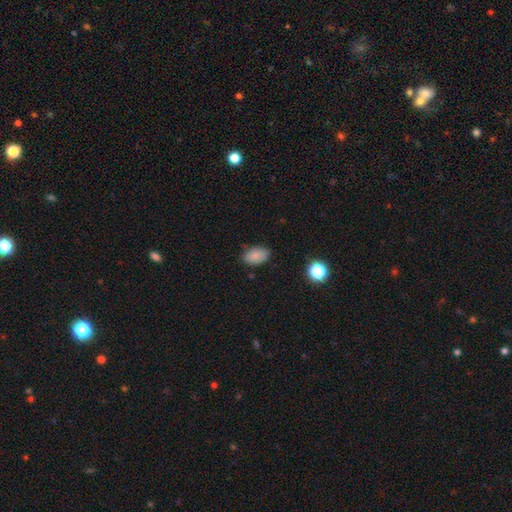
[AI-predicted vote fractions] Smooth or featured: smooth — 84% (star or artifact — 9%)
How rounded: in between — 89% (round — 10%)
Merging: none — 78% (minor disturbance — 17%)